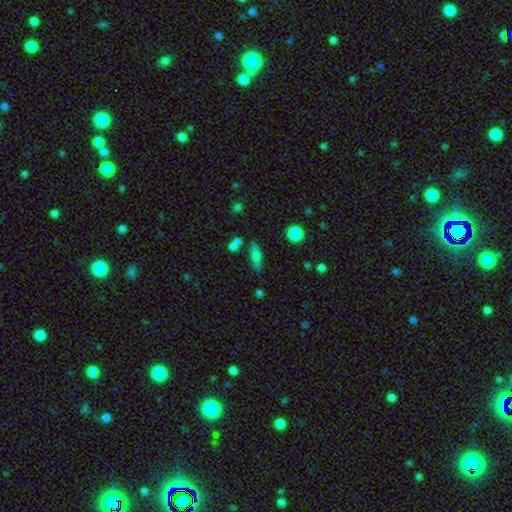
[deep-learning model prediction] This appears to be a smooth galaxy with no disk features (73%) that is cigar-shaped (52%). Merging: none (70%).